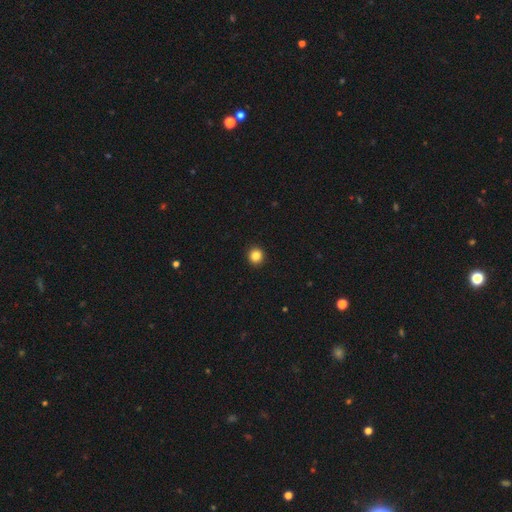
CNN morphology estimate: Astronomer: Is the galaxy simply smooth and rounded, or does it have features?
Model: smooth — 85%.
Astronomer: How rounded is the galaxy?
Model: round — 93%.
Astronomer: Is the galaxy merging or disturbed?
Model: none — 94%.